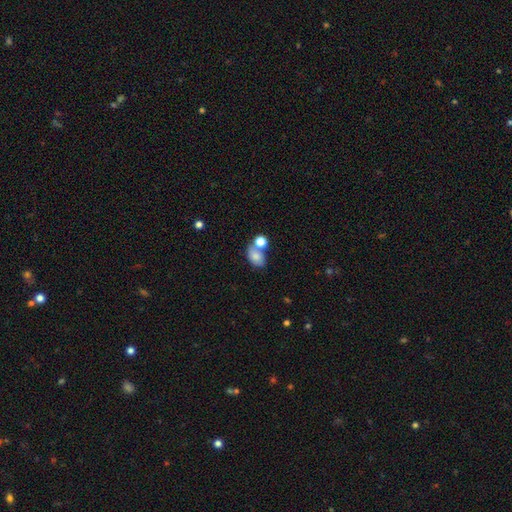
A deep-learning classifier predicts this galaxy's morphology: Smooth or featured: smooth — 78% (featured or disk — 12%)
How rounded: in between — 79% (round — 19%)
Merging: none — 42% (merger — 37%)